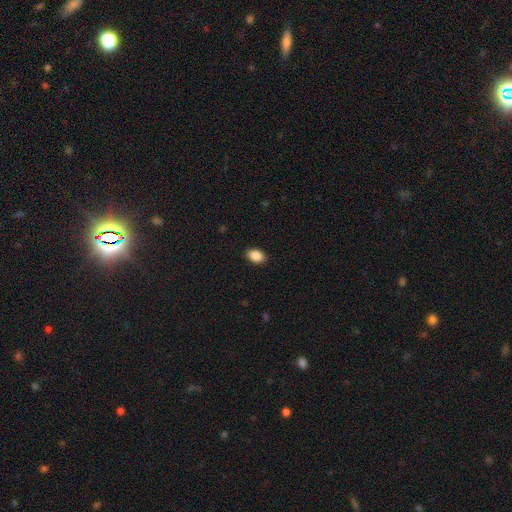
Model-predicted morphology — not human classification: Overall: smooth (89%). How rounded: in between (86%). Merging: none (89%).